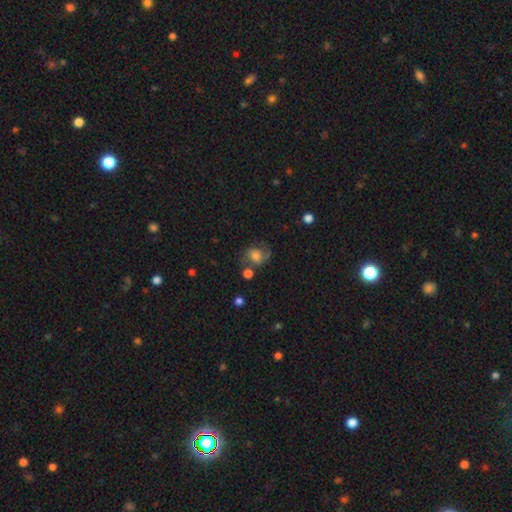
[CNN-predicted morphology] Smooth or featured? Predicted: smooth (p=0.45). Merging? Predicted: none (p=0.55).